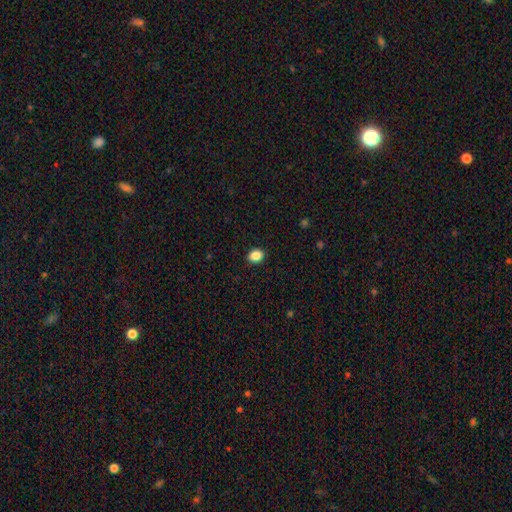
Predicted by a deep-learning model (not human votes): This appears to be a smooth galaxy with no disk features (87%) that is in between round and cigar-shaped (54%). Merging: none (91%).